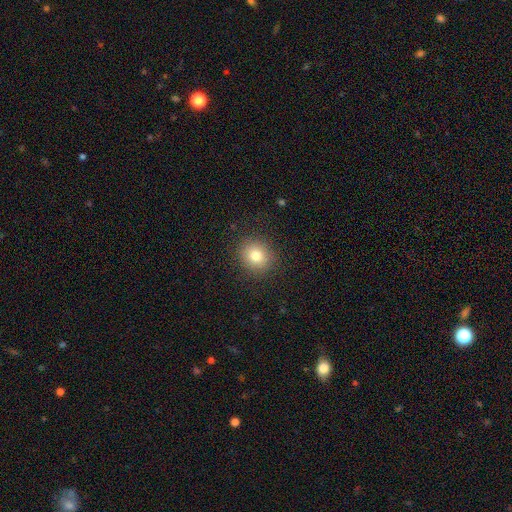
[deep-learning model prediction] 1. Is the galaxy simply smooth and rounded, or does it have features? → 80% smooth, 11% star or artifact, 9% featured or disk.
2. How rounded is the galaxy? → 80% round, 19% in between, 1% cigar-shaped.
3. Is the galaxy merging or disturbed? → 88% none, 8% minor disturbance, 3% major disturbance, 1% merger.